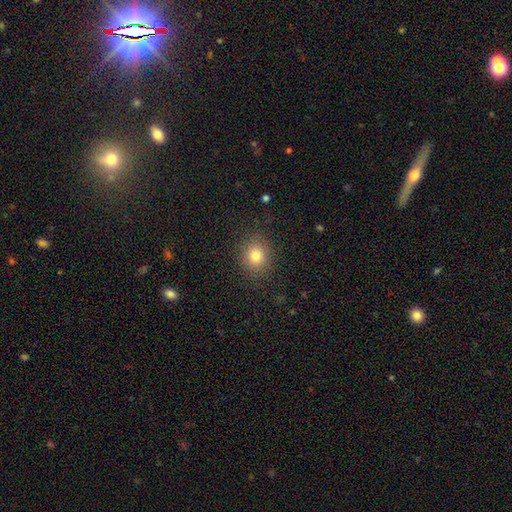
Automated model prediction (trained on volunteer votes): Morphology: type=smooth (80%); roundness=round (78%); merging=none (88%).